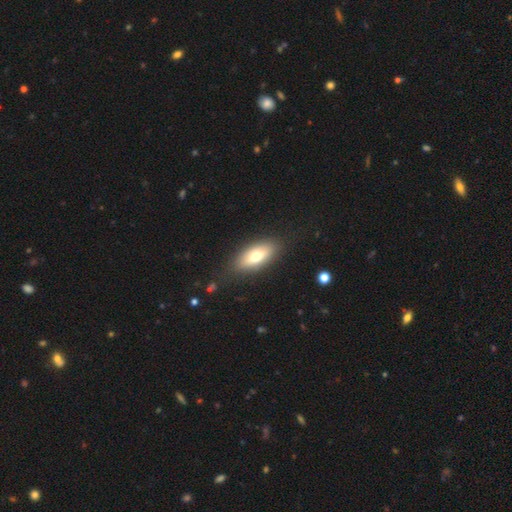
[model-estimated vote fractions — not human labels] A smooth galaxy with no disk features (66%) that is in between round and cigar-shaped (80%).

Vote fractions:
- Smooth or featured? smooth: 66% / featured or disk: 27% / star or artifact: 7%
- How rounded? in between: 80% / cigar-shaped: 16% / round: 3%
- Merging? none: 84% / minor disturbance: 11% / major disturbance: 4% / merger: 1%